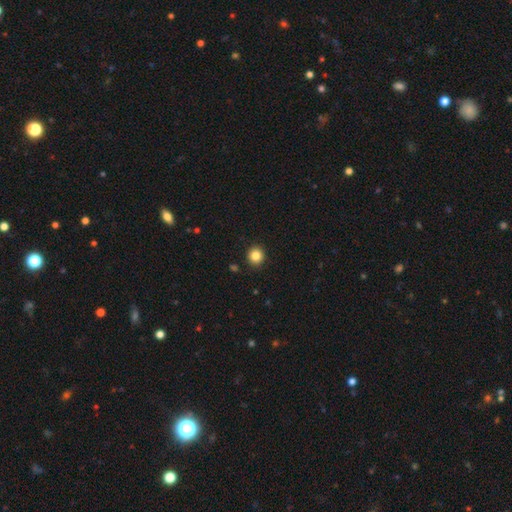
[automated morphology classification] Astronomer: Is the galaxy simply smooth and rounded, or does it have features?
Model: smooth — 84%.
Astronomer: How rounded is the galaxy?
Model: round — 91%.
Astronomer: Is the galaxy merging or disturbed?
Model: none — 92%.